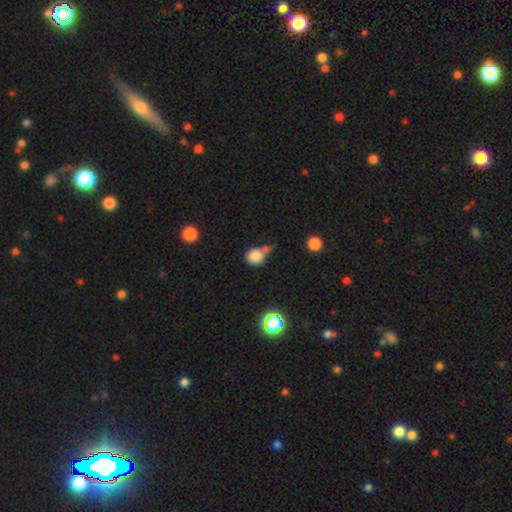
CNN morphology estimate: Smooth or featured? Predicted: smooth (p=0.82). How rounded? Predicted: round (p=0.87). Merging? Predicted: none (p=0.54).